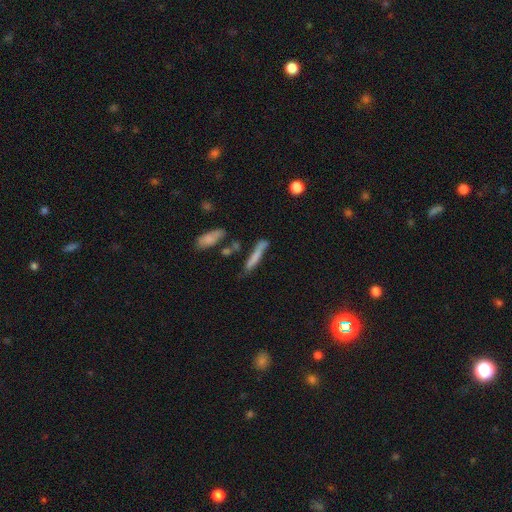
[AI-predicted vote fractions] The model was most divided on "merging": none: 63%, minor disturbance: 22%, merger: 8%, major disturbance: 7%. More confident: how rounded — cigar-shaped (91%); smooth or featured — smooth (69%).